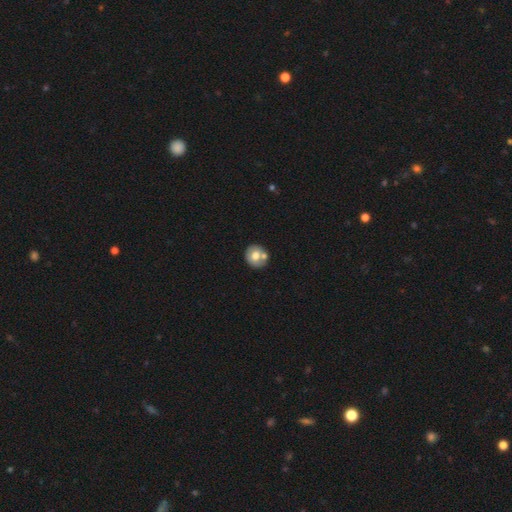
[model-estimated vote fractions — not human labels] Smooth or featured? smooth (65%)
How rounded? round (81%)
Merging? none (59%)